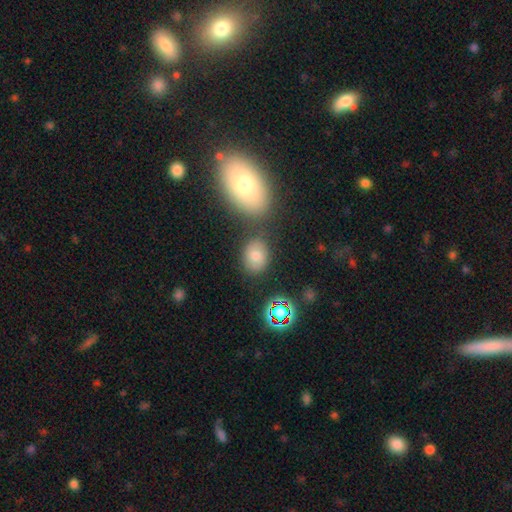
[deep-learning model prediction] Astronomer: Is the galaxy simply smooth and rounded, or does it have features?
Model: smooth — 75%.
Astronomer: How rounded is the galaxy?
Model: in between — 63%.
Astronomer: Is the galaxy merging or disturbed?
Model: none — 75%.